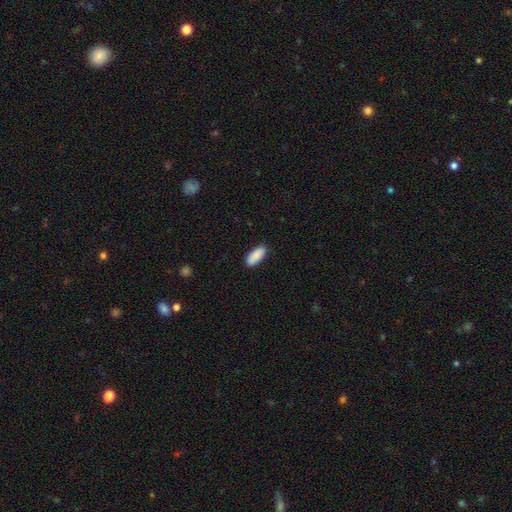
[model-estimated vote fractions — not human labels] The model was most divided on "how rounded": in between: 80%, cigar-shaped: 18%, round: 2%. More confident: smooth or featured — smooth (89%); merging — none (85%).